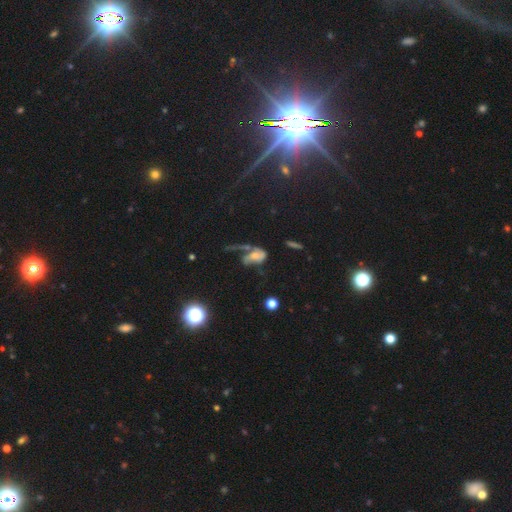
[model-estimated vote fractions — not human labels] This appears to be a featured or disk galaxy (51%). Merging: major disturbance (45%).